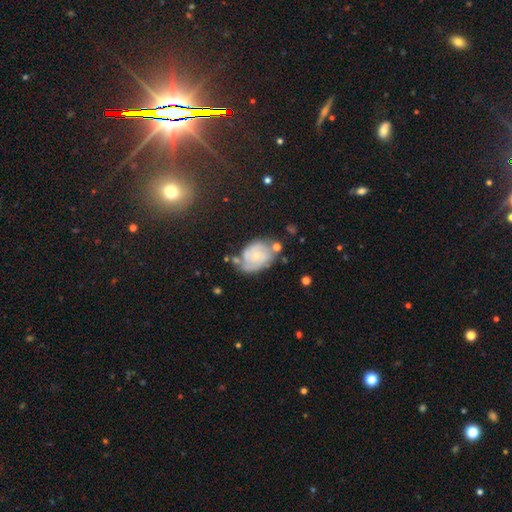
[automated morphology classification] Q: Smooth or featured?
A: featured or disk (64%); runner-up: smooth (28%)
Q: Edge-on disk?
A: no (97%); runner-up: yes (3%)
Q: Bar?
A: no (75%); runner-up: weak (21%)
Q: Spiral arms?
A: yes (83%); runner-up: no (17%)
Q: Spiral winding?
A: tight (56%); runner-up: medium (33%)
Q: Spiral arm count?
A: 2 (39%); runner-up: can't tell (36%)
Q: Bulge size?
A: small (74%); runner-up: moderate (21%)
Q: Merging?
A: none (52%); runner-up: minor disturbance (27%)